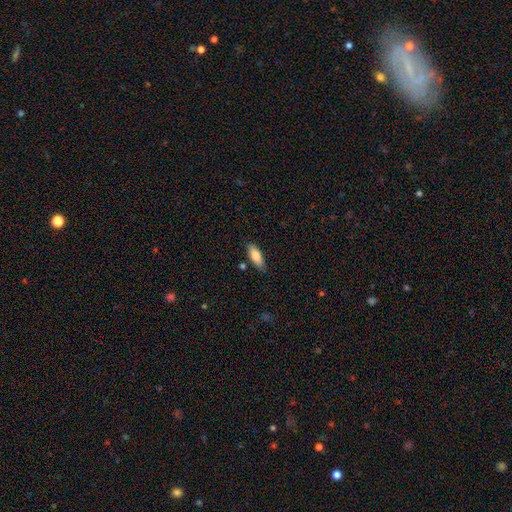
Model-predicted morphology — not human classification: This appears to be a smooth galaxy with no disk features (81%) that is in between round and cigar-shaped (72%). Merging: none (81%).